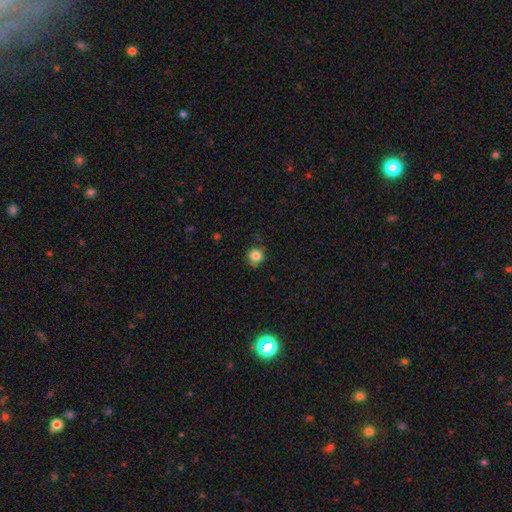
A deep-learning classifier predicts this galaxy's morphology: type=smooth (82%); roundness=round (89%); merging=none (75%).